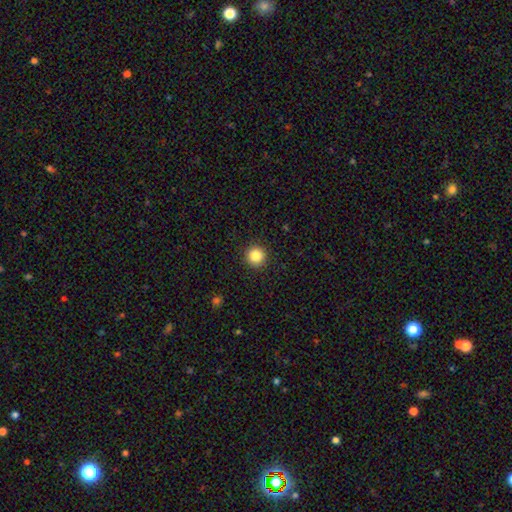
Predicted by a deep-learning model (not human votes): Smooth or featured: smooth — 85% (star or artifact — 10%)
How rounded: round — 96% (in between — 3%)
Merging: none — 93% (minor disturbance — 5%)